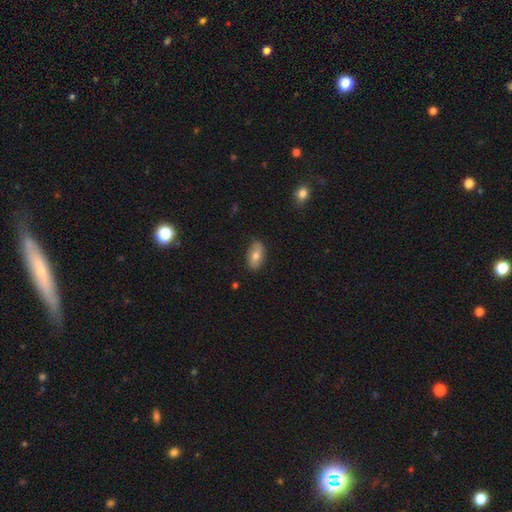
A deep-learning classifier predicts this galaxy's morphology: Overall: smooth (70%). How rounded: in between (91%). Merging: none (80%).